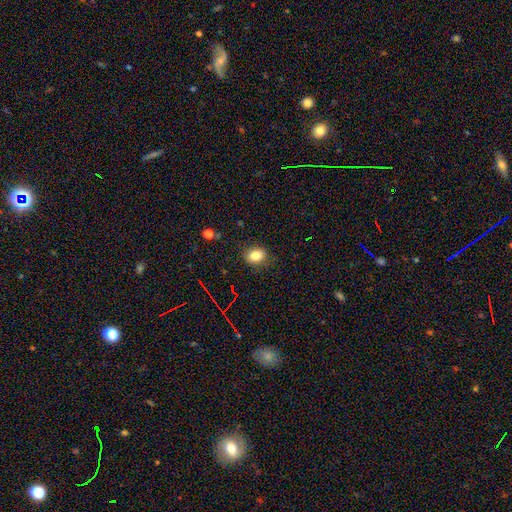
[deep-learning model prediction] Q: Smooth or featured?
A: smooth (81%); runner-up: star or artifact (11%)
Q: How rounded?
A: in between (69%); runner-up: round (29%)
Q: Merging?
A: none (83%); runner-up: minor disturbance (13%)